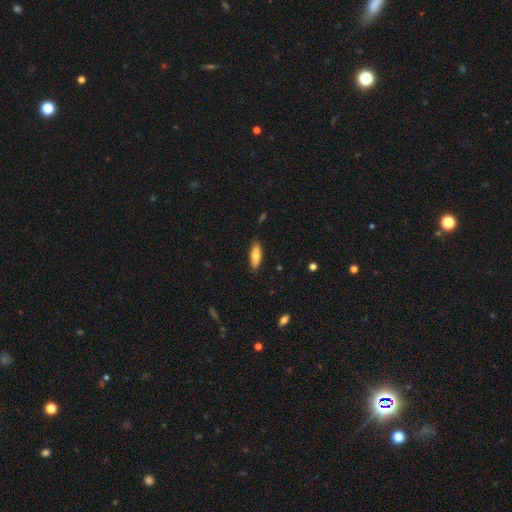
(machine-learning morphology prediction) A smooth galaxy with no disk features (77%) that is in between round and cigar-shaped (61%). Merging: none (85%).